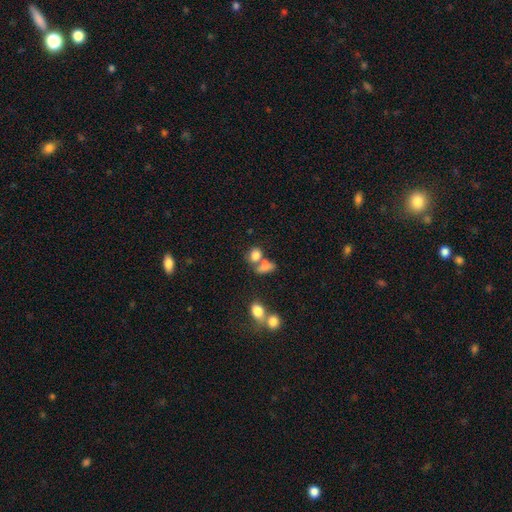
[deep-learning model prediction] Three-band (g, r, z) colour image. It shows a smooth galaxy with no disk features (77%) that is round (50%). Merging: merger (49%).